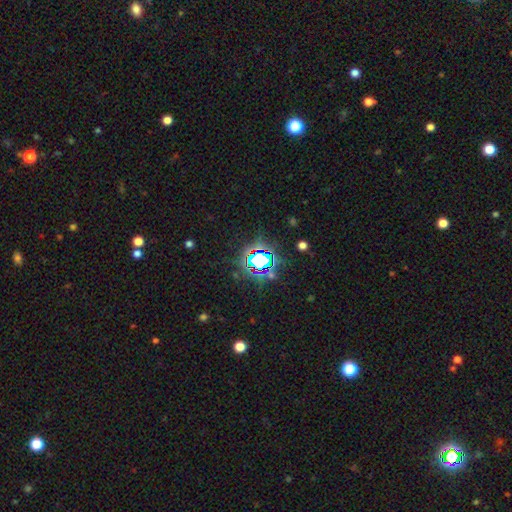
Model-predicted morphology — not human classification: Smooth or featured? star or artifact (71%)